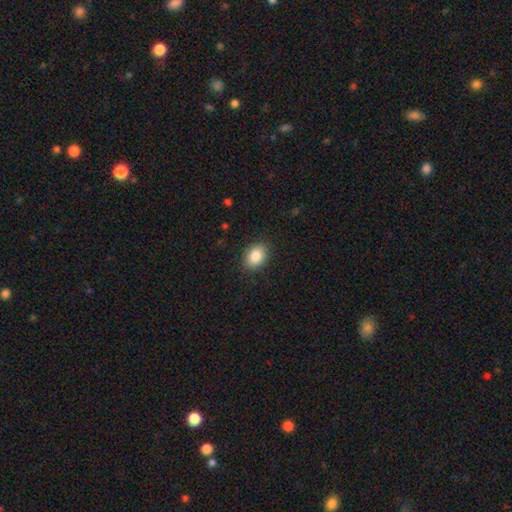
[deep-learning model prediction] Smooth or featured? smooth (86%)
How rounded? in between (74%)
Merging? none (87%)